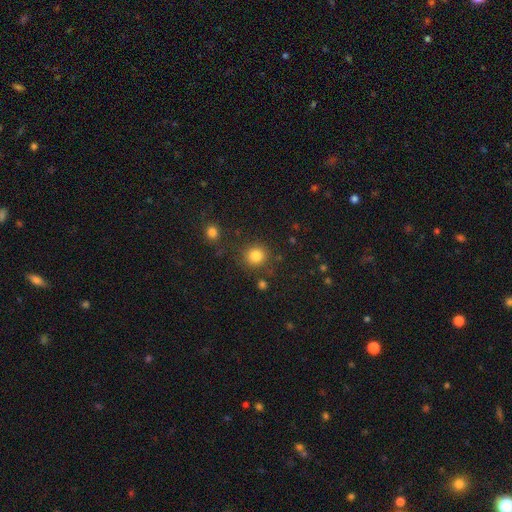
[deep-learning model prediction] Morphology: type=smooth (83%); roundness=round (89%); merging=none (83%).